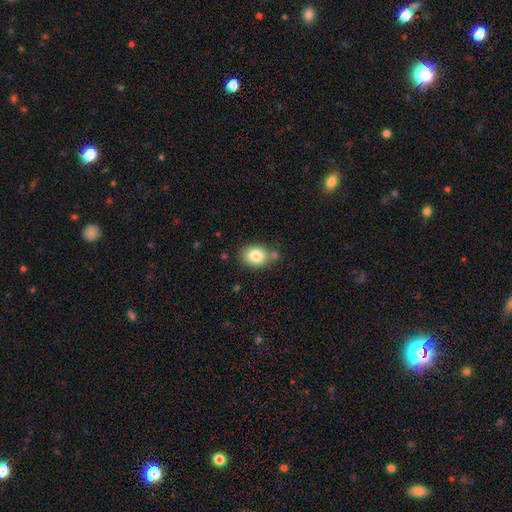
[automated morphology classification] This is clearly a smooth galaxy (82%). How rounded: possibly in between (57%). Merging: likely none (70%).